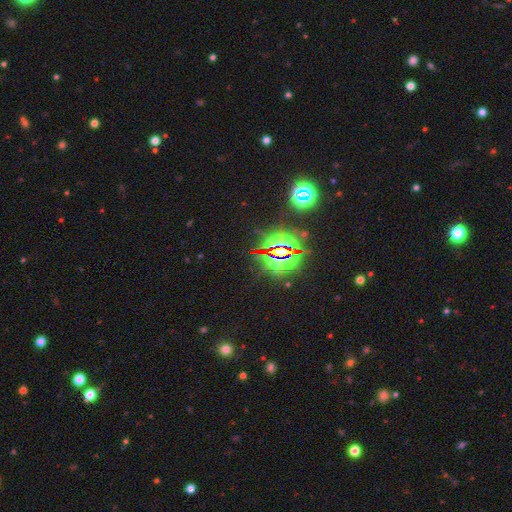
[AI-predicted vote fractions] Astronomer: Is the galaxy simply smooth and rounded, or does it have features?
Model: star or artifact — 84%.